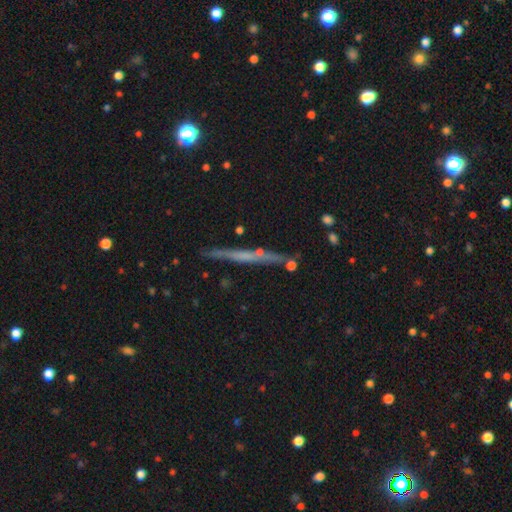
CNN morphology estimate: Smooth or featured: featured or disk — 56% (smooth — 34%)
Edge-on disk: yes — 96% (no — 4%)
Edge-on bulge: none — 78% (rounded — 16%)
Merging: none — 86% (minor disturbance — 9%)